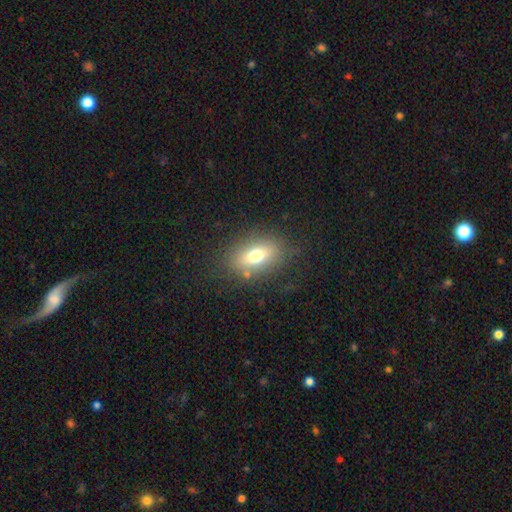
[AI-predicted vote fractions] Smooth or featured? smooth (66%)
How rounded? in between (77%)
Merging? none (79%)